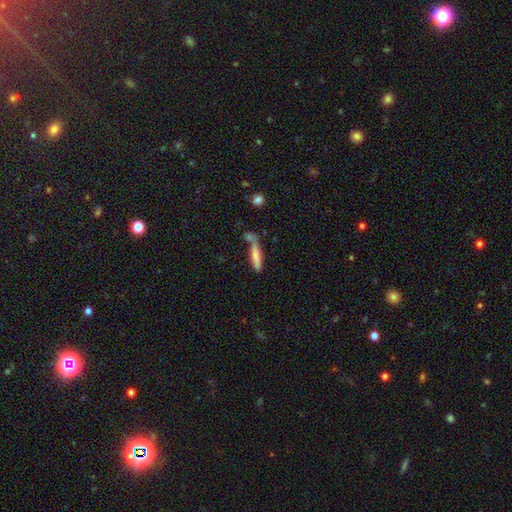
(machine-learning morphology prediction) This is likely a smooth galaxy (72%). How rounded: clearly cigar-shaped (84%). Merging: possibly none (48%).